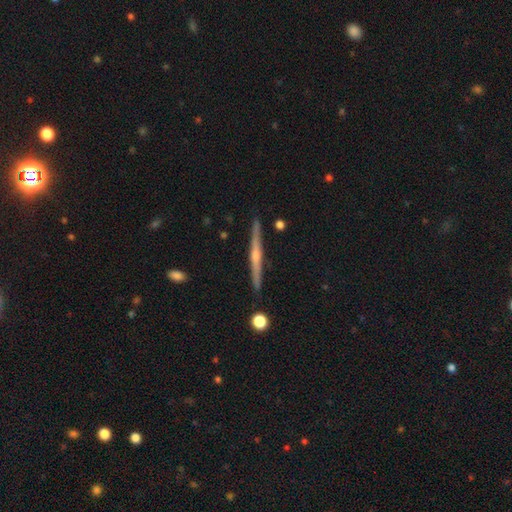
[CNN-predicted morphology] Smooth or featured? Predicted: featured or disk (p=0.75). Edge-on disk? Predicted: yes (p=0.97). Edge-on bulge? Predicted: rounded (p=0.78). Merging? Predicted: none (p=0.87).